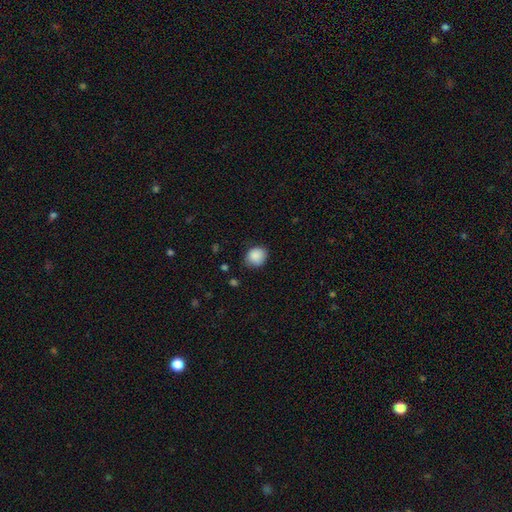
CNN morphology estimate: smooth_or_featured: smooth (p=0.88) [alt: star or artifact p=0.08]
how_rounded: round (p=0.71) [alt: in between p=0.28]
merging: none (p=0.77) [alt: minor disturbance p=0.18]